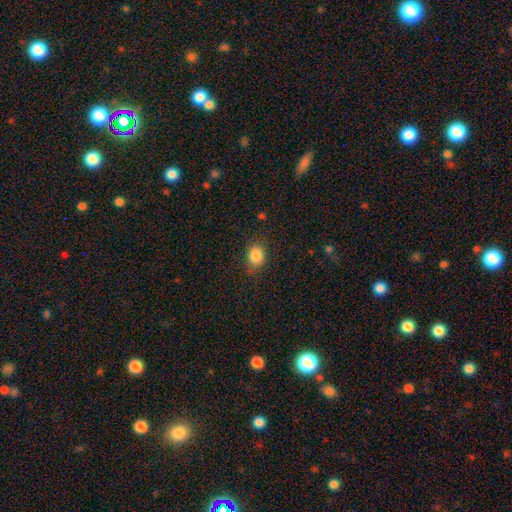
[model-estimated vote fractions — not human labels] smooth_or_featured: smooth (p=0.85) [alt: star or artifact p=0.09]
how_rounded: in between (p=0.52) [alt: round p=0.47]
merging: none (p=0.79) [alt: minor disturbance p=0.15]